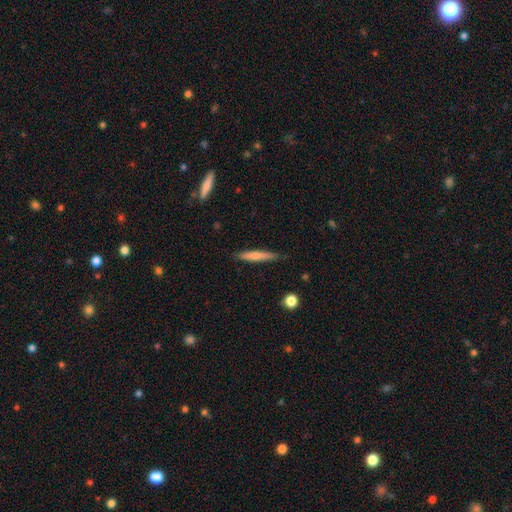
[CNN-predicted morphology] Overall: smooth (70%). How rounded: cigar-shaped (93%). Merging: none (85%).